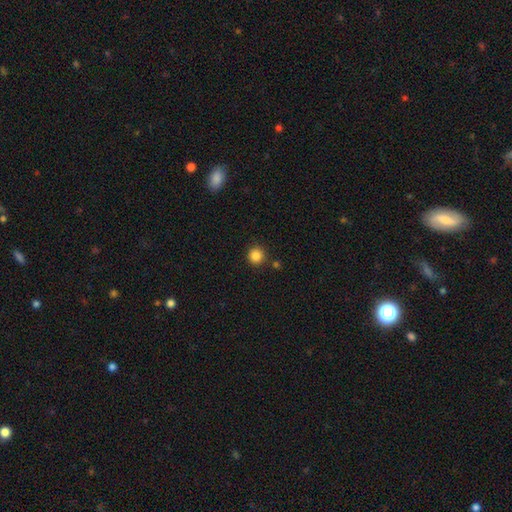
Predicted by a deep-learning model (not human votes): Overall: smooth (85%). How rounded: round (95%). Merging: none (87%).